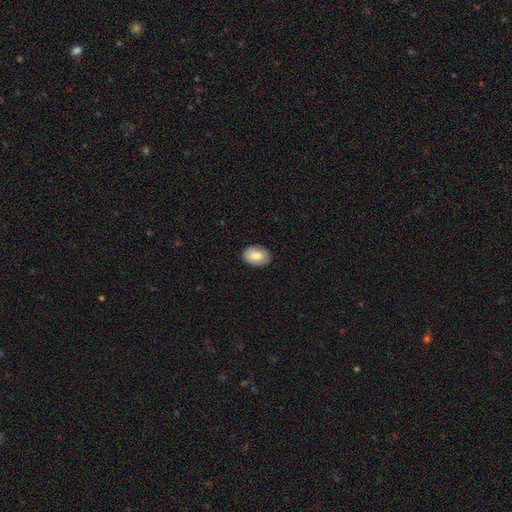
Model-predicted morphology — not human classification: type=smooth (83%); roundness=in between (85%); merging=none (85%).